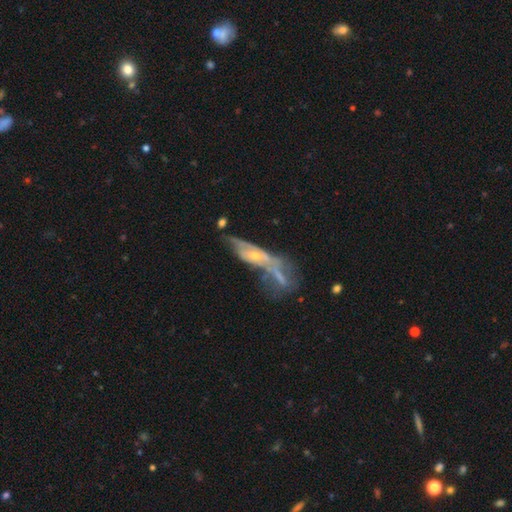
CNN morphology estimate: Smooth or featured: featured or disk — 64% (smooth — 25%)
Edge-on disk: no — 67% (yes — 33%)
Merging: merger — 48% (none — 22%)